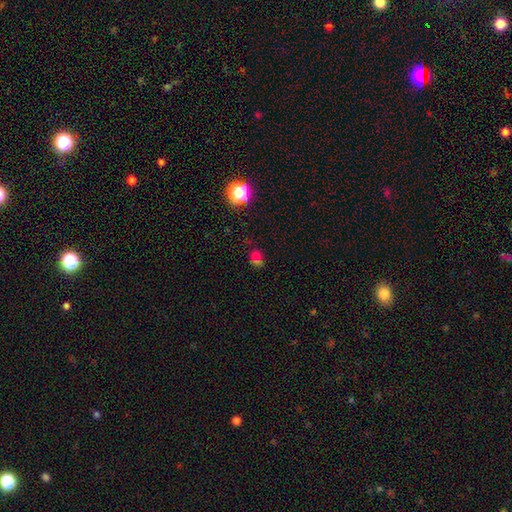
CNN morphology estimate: Smooth or featured? Predicted: smooth (p=0.58). How rounded? Predicted: round (p=0.61). Merging? Predicted: none (p=0.47).